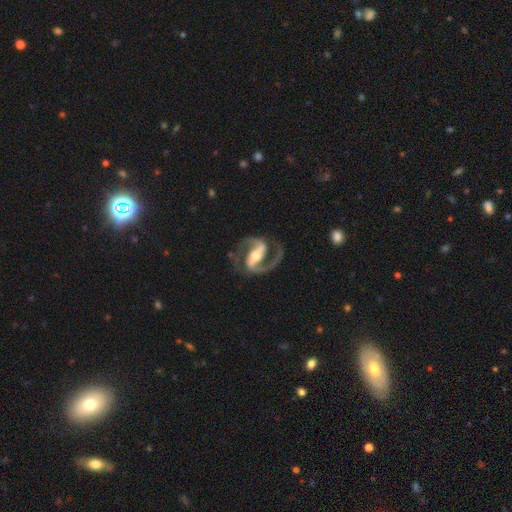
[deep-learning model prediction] A featured or disk galaxy (93%) with a strong bar (66%), 2 (93%) medium (63%) spiral arms (98%) and a moderate central bulge (62%).

Vote fractions:
- Smooth or featured? featured or disk: 93% / star or artifact: 4% / smooth: 3%
- Edge-on disk? no: 97% / yes: 3%
- Bar? strong: 66% / weak: 24% / no: 10%
- Spiral arms? yes: 98% / no: 2%
- Spiral winding? medium: 63% / tight: 19% / loose: 18%
- Spiral arm count? 2: 93% / 1: 2% / can't tell: 1% / 3: 1% / 4: 1% / more than 4: 1%
- Bulge size? moderate: 62% / small: 27% / large: 8% / none: 2% / dominant: 1%
- Merging? none: 78% / minor disturbance: 13% / major disturbance: 8% / merger: 2%